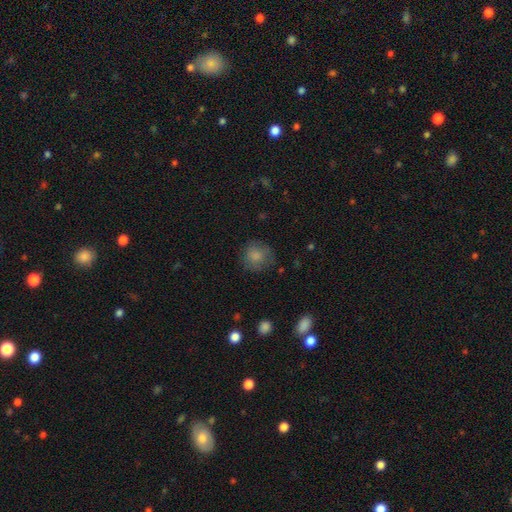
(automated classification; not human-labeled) The model was most divided on "merging": none: 78%, minor disturbance: 16%, major disturbance: 6%, merger: 1%. More confident: how rounded — round (90%); smooth or featured — smooth (82%).